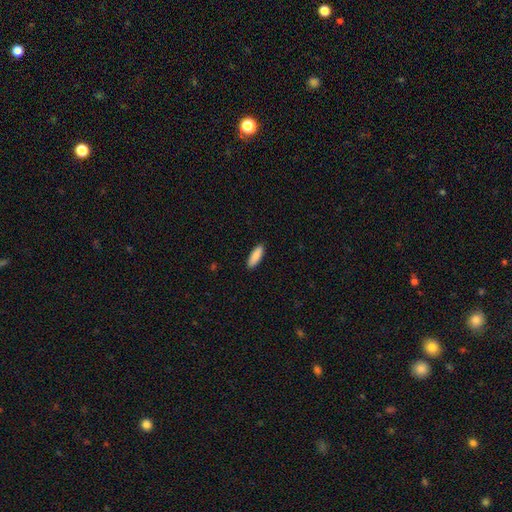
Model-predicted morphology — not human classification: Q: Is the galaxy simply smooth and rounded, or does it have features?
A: smooth — 89%.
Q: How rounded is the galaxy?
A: in between — 52%.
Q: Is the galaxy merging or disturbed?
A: none — 90%.